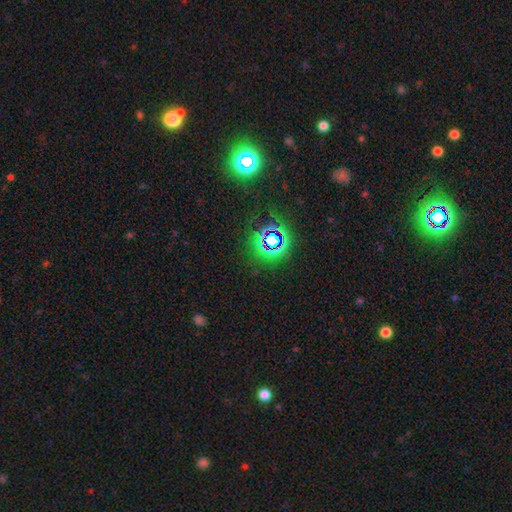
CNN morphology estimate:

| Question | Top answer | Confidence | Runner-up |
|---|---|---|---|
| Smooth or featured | star or artifact | 71% | smooth (21%) |